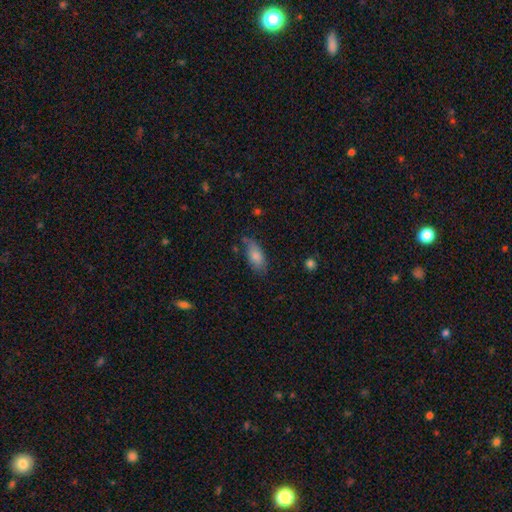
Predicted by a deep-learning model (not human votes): Smooth or featured?
  - smooth: 79% *
  - featured or disk: 13%
  - star or artifact: 7%
How rounded?
  - in between: 85% *
  - cigar-shaped: 12%
  - round: 3%
Merging?
  - none: 60% *
  - minor disturbance: 29%
  - major disturbance: 7%
  - merger: 3%